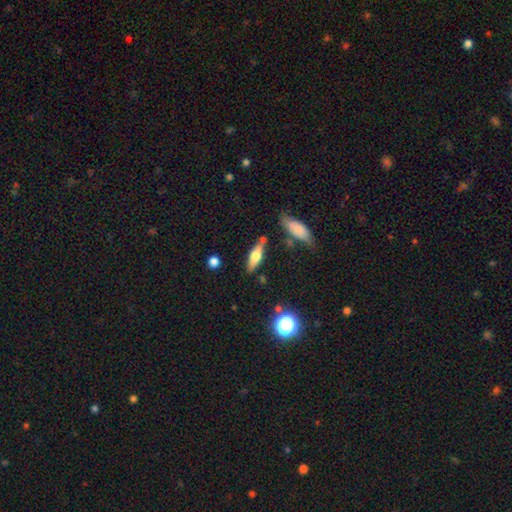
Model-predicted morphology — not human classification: Smooth or featured? Predicted: smooth (p=0.48). Merging? Predicted: none (p=0.76).